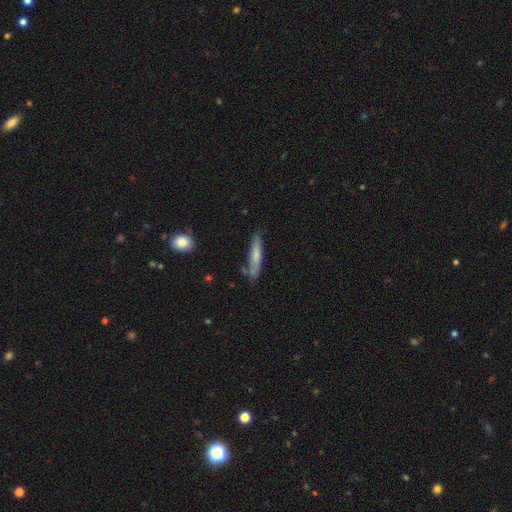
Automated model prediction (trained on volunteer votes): smooth-or-featured: smooth: 66% | featured or disk: 28% | star or artifact: 6%
  how-rounded: cigar-shaped: 89% | in between: 9% | round: 2%
  merging: none: 69% | minor disturbance: 21% | merger: 6% | major disturbance: 4%